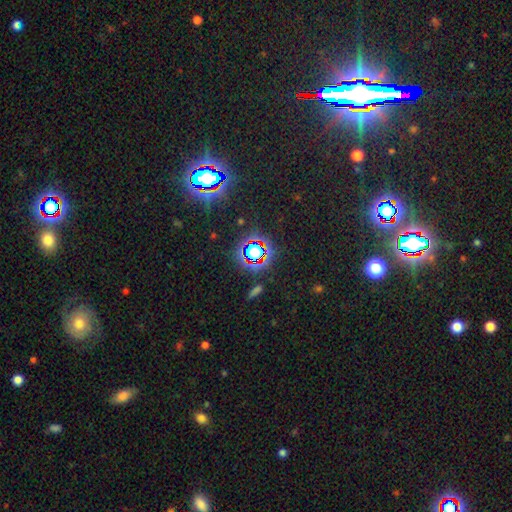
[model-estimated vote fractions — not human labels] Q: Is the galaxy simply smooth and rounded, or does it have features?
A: star or artifact — 67%.